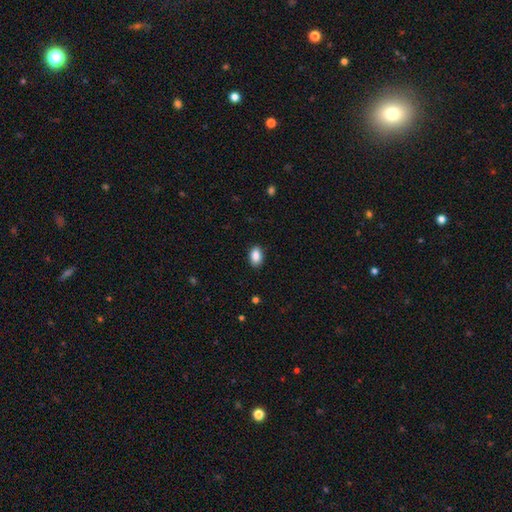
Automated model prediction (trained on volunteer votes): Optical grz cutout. It shows a smooth galaxy with no disk features (88%) that is in between round and cigar-shaped (88%). Merging: none (89%).